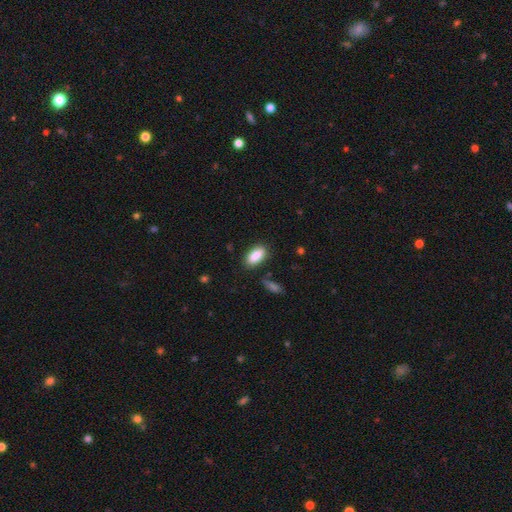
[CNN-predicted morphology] The model was most divided on "merging": none: 83%, minor disturbance: 12%, major disturbance: 3%, merger: 2%. More confident: smooth or featured — smooth (86%); how rounded — in between (85%).